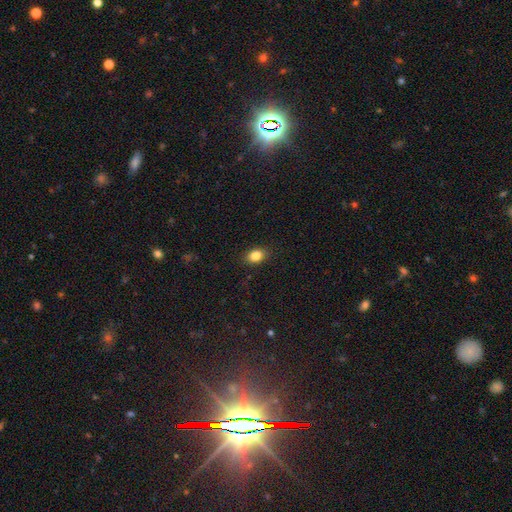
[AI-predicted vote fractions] smooth_or_featured: smooth (p=0.84) [alt: star or artifact p=0.09]
how_rounded: in between (p=0.76) [alt: round p=0.22]
merging: none (p=0.87) [alt: minor disturbance p=0.09]